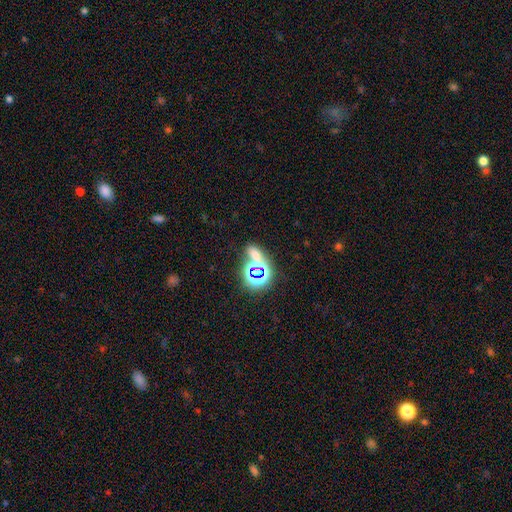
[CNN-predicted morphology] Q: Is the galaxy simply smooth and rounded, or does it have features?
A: star or artifact — 46%.